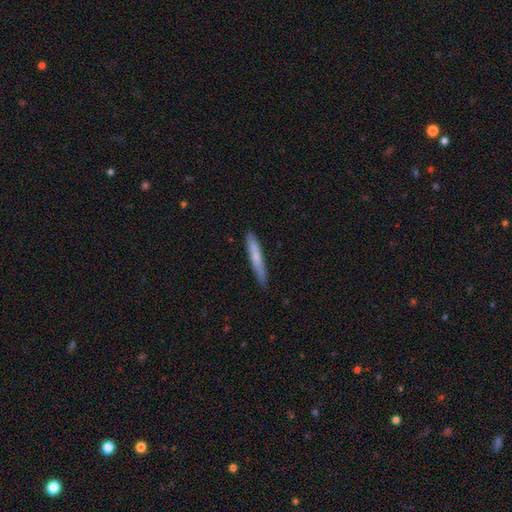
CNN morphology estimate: Q: Smooth or featured?
A: smooth (65%); runner-up: featured or disk (29%)
Q: How rounded?
A: cigar-shaped (95%); runner-up: in between (4%)
Q: Merging?
A: none (85%); runner-up: minor disturbance (12%)